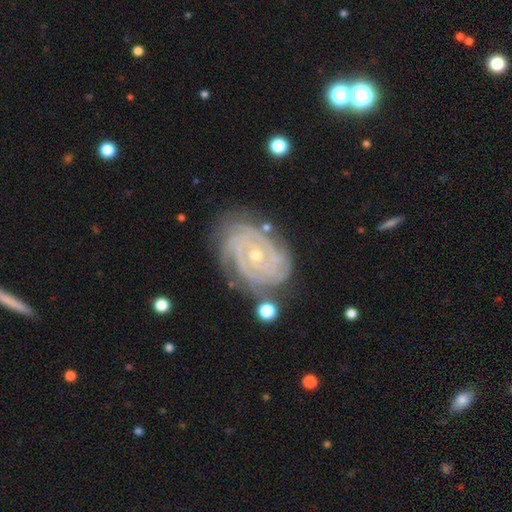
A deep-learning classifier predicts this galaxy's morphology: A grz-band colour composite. It shows a featured or disk galaxy (91%) with no bar (70%), 3 (30%) tight (85%) spiral arms (98%) and a small central bulge (62%). Merging: none (75%).